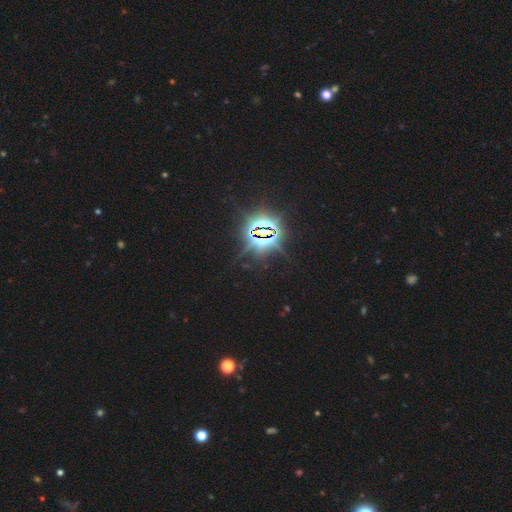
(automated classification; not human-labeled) Smooth or featured: star or artifact — 85% (smooth — 9%)